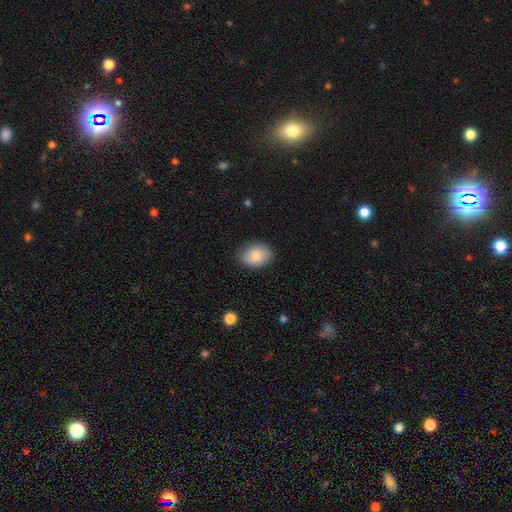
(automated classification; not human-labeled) This is clearly a smooth galaxy (83%). How rounded: likely in between (70%). Merging: clearly none (83%).